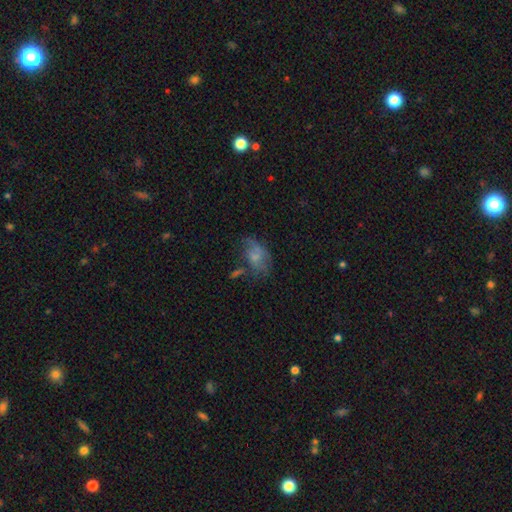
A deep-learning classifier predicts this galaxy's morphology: Smooth or featured: smooth — 58% (featured or disk — 31%)
How rounded: in between — 86% (round — 12%)
Merging: none — 36% (minor disturbance — 29%)